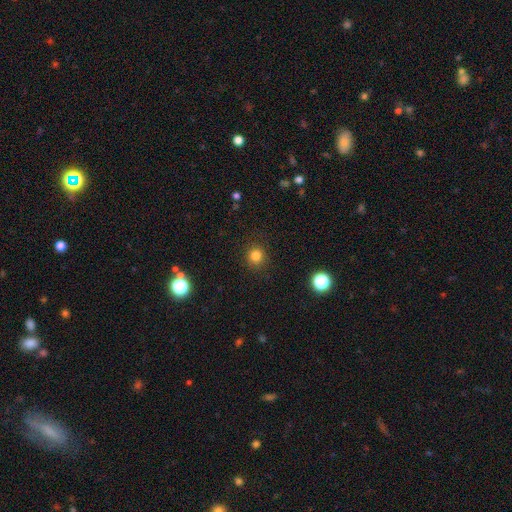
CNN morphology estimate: Overall: smooth (82%). How rounded: round (92%). Merging: none (89%).